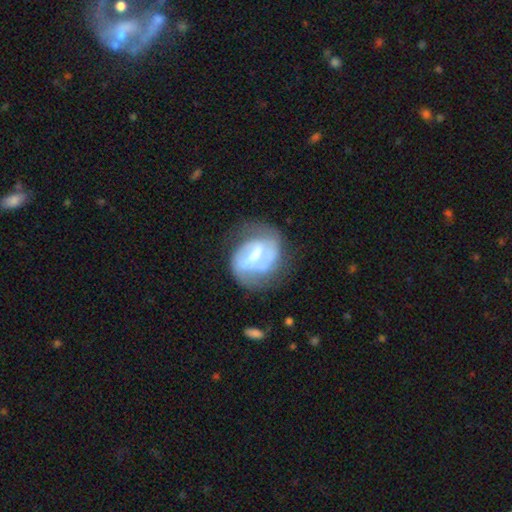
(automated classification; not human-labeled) The model was most divided on "spiral winding": medium: 42%, tight: 40%, loose: 19%. Remaining: edge-on disk — no (97%); spiral arms — yes (81%); smooth or featured — featured or disk (72%); spiral arm count — 2 (61%); merging — none (51%); bar — weak (46%); bulge size — moderate (44%).